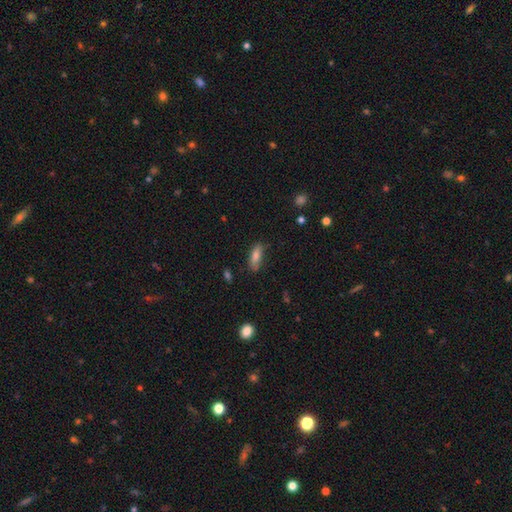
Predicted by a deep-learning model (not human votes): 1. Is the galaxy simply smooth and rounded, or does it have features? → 78% smooth, 14% featured or disk, 9% star or artifact.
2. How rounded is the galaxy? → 68% in between, 29% cigar-shaped, 3% round.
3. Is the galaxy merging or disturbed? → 68% none, 24% minor disturbance, 6% major disturbance, 2% merger.